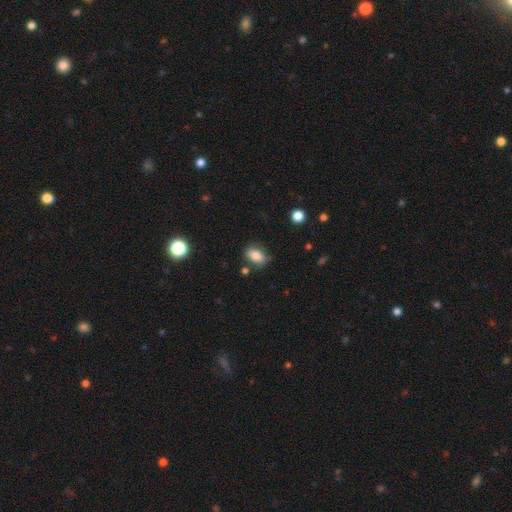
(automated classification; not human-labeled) Overall: smooth (83%). How rounded: in between (85%). Merging: none (76%).